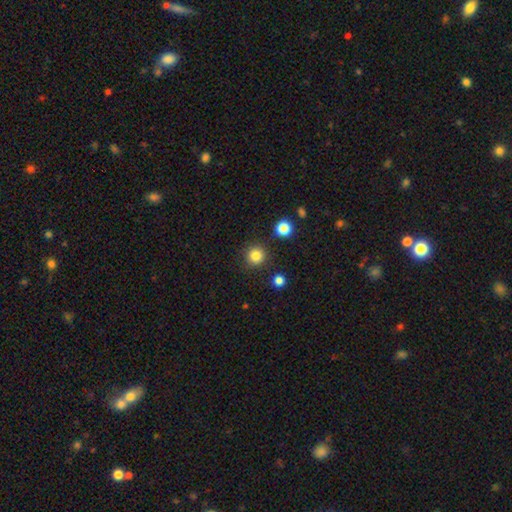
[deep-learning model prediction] The model was most divided on "smooth or featured": smooth: 83%, star or artifact: 12%, featured or disk: 5%. More confident: how rounded — round (95%); merging — none (88%).